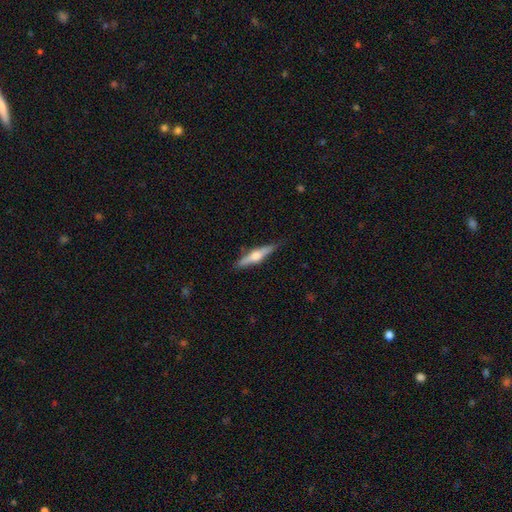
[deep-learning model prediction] featured or disk 62%, smooth 32%, star or artifact 6%. Down the decision tree: edge-on disk — yes (96%); edge-on bulge — rounded (90%); merging — none (84%).